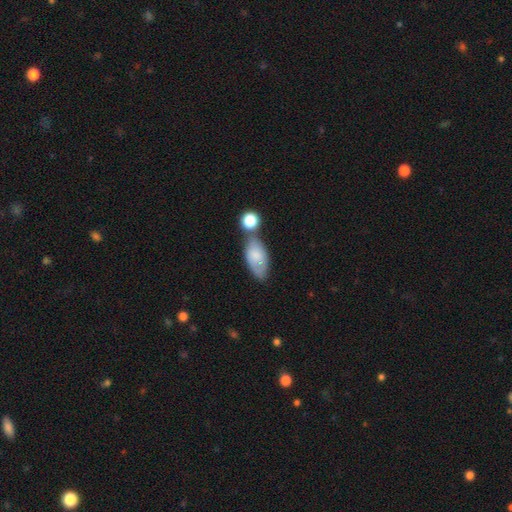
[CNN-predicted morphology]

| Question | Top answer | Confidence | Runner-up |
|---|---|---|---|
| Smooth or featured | smooth | 75% | featured or disk (18%) |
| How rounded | in between | 89% | cigar-shaped (7%) |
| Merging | none | 45% | merger (28%) |